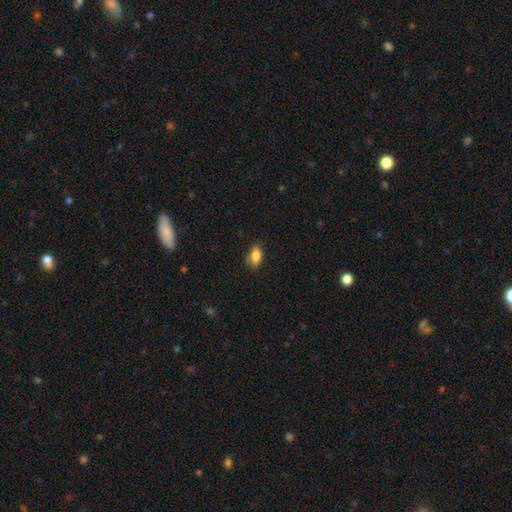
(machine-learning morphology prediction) Smooth or featured? Predicted: smooth (p=0.84). How rounded? Predicted: in between (p=0.88). Merging? Predicted: none (p=0.72).